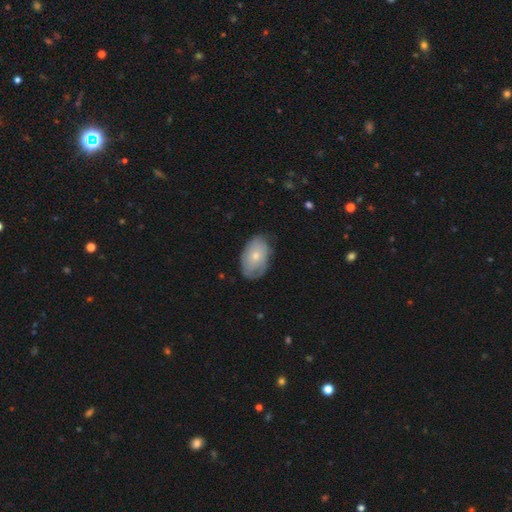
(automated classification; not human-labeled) Morphology: type=smooth (56%); roundness=in between (89%); merging=none (68%).